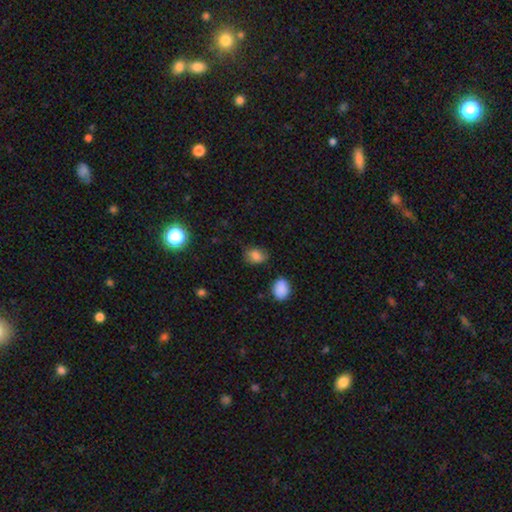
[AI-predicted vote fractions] Q: Smooth or featured?
A: smooth (82%); runner-up: star or artifact (11%)
Q: How rounded?
A: in between (69%); runner-up: round (30%)
Q: Merging?
A: none (67%); runner-up: minor disturbance (25%)